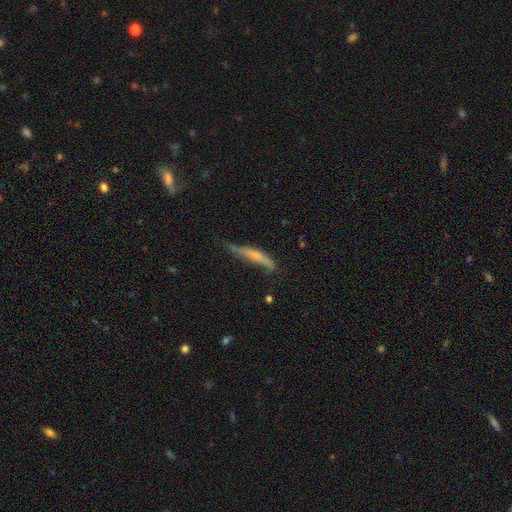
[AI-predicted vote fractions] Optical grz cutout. It shows a smooth galaxy with no disk features (53%) that is cigar-shaped (87%). Merging: none (40%).